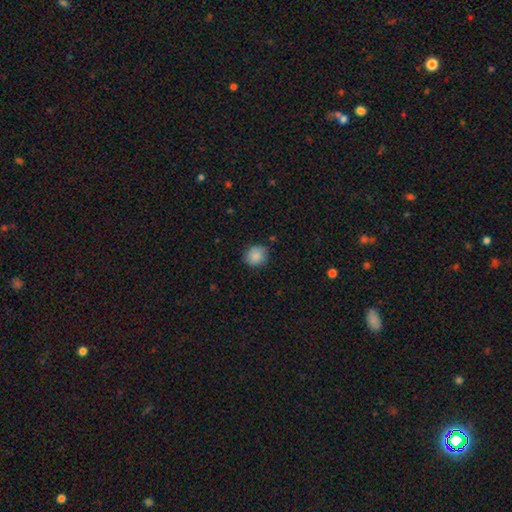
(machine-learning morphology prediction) type=smooth (86%); roundness=round (81%); merging=none (79%).